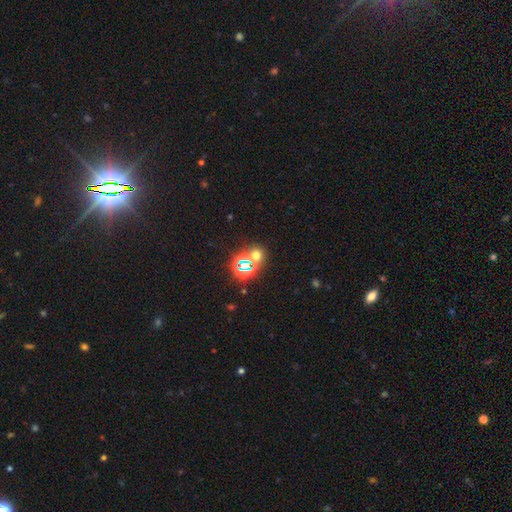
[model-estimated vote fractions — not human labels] Q: Smooth or featured?
A: star or artifact (48%); runner-up: smooth (44%)